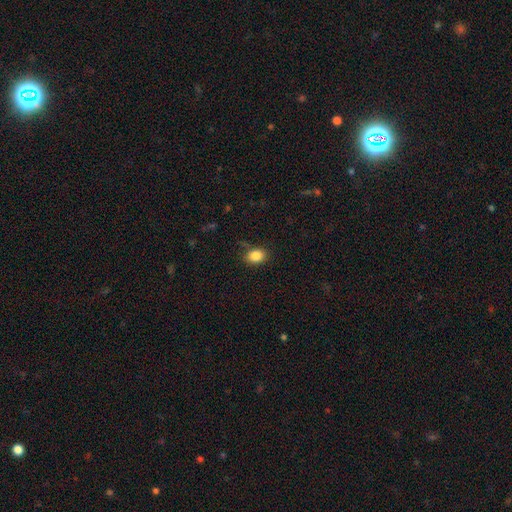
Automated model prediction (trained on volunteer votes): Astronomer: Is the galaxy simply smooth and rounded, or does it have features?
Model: smooth — 85%.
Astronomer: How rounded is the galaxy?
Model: in between — 66%.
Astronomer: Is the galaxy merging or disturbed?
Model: none — 78%.